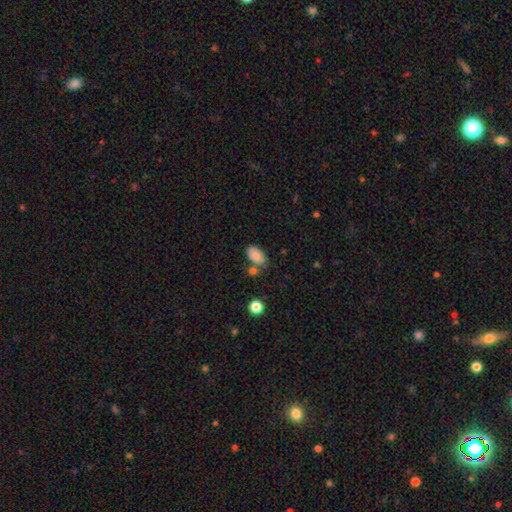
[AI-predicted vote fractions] Morphology: type=smooth (86%); roundness=in between (93%); merging=none (63%).